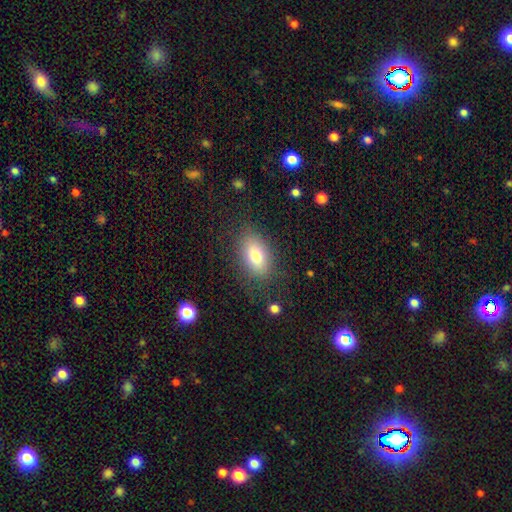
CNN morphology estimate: Smooth or featured: smooth — 76% (featured or disk — 15%)
How rounded: in between — 87% (round — 11%)
Merging: none — 80% (minor disturbance — 13%)